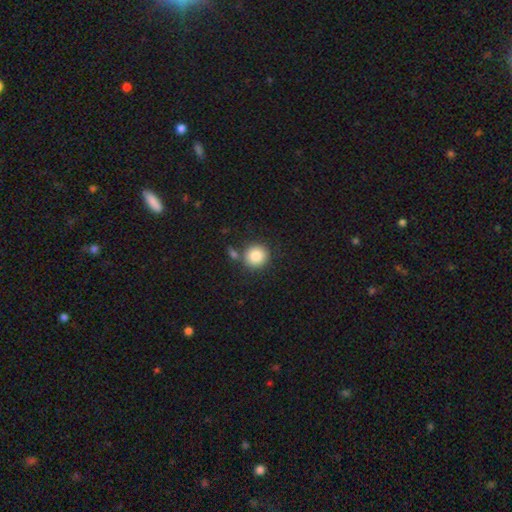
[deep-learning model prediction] A smooth galaxy with no disk features (85%) that is round (91%).

Vote fractions:
- Smooth or featured? smooth: 85% / star or artifact: 9% / featured or disk: 6%
- How rounded? round: 91% / in between: 8% / cigar-shaped: 1%
- Merging? none: 75% / merger: 12% / minor disturbance: 10% / major disturbance: 3%